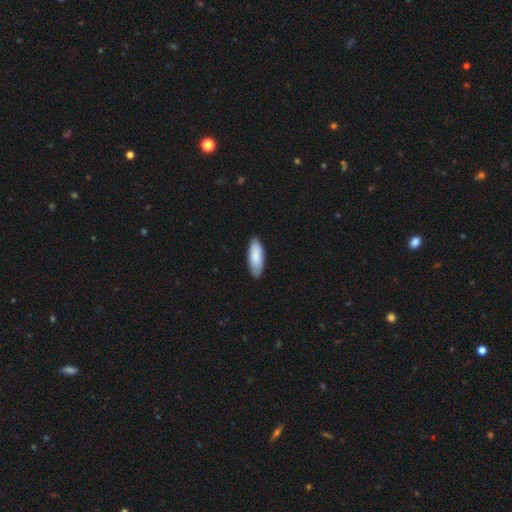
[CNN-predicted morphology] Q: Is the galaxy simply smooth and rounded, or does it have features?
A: smooth — 87%.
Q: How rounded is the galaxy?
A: in between — 71%.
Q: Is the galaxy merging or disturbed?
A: none — 87%.